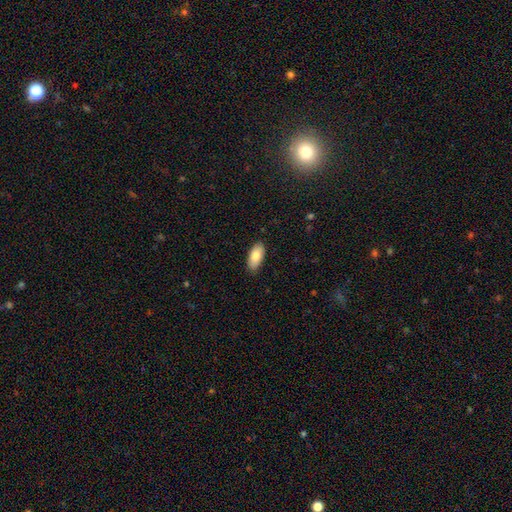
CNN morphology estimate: smooth 83%, featured or disk 11%, star or artifact 6%. Down the decision tree: how rounded — in between (92%); merging — none (87%).